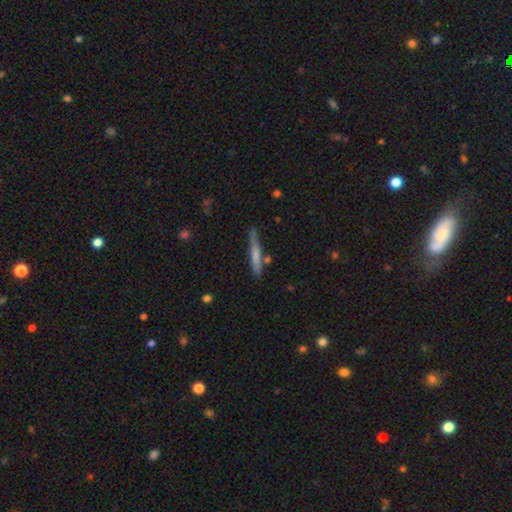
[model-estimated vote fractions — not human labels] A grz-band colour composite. It shows a smooth galaxy with no disk features (57%) that is cigar-shaped (94%). Merging: none (74%).